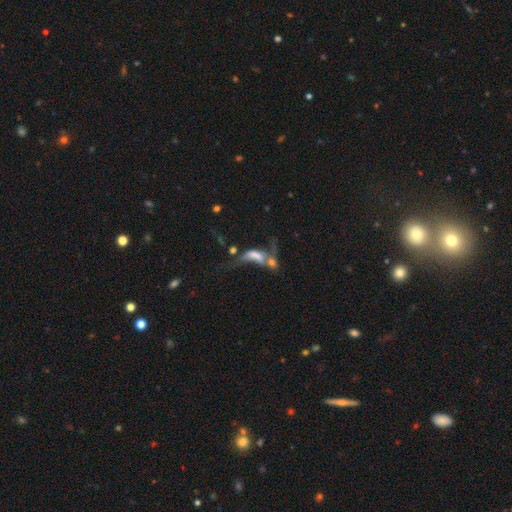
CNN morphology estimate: Smooth or featured? featured or disk (51%)
Edge-on disk? no (90%)
Merging? merger (57%)